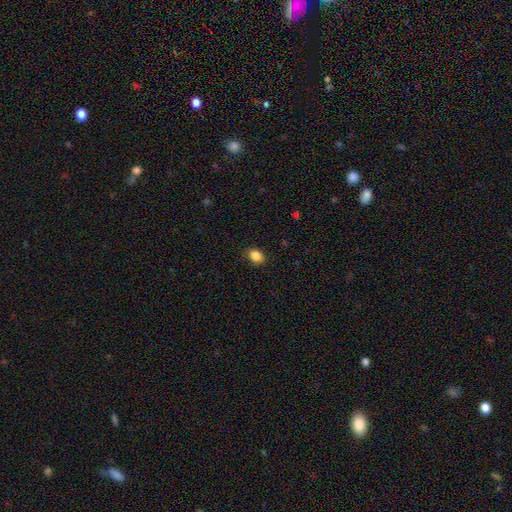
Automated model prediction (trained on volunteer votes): Smooth or featured?
  - smooth: 87% *
  - star or artifact: 9%
  - featured or disk: 4%
How rounded?
  - in between: 69% *
  - round: 30%
  - cigar-shaped: 1%
Merging?
  - none: 87% *
  - minor disturbance: 9%
  - major disturbance: 2%
  - merger: 1%